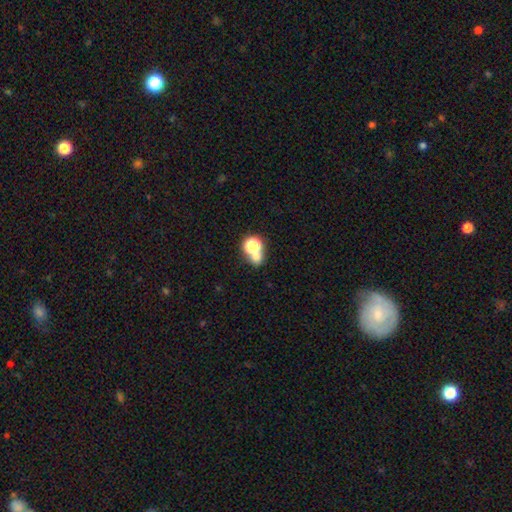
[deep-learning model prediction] smooth-or-featured: smooth: 62% | star or artifact: 27% | featured or disk: 11%
  how-rounded: round: 74% | in between: 25% | cigar-shaped: 1%
  merging: none: 47% | merger: 42% | minor disturbance: 7% | major disturbance: 4%